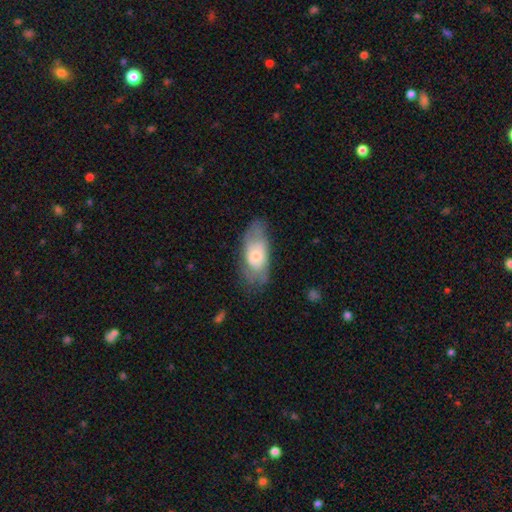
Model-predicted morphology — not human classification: This is possibly a smooth galaxy (54%). How rounded: clearly in between (87%). Merging: possibly none (56%).